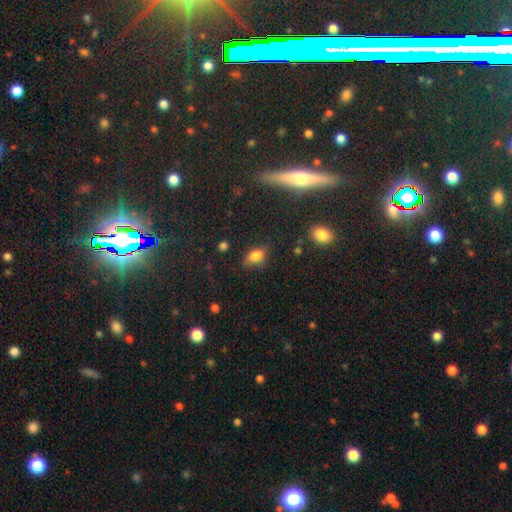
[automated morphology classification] This is likely a smooth galaxy (80%). How rounded: likely in between (72%). Merging: likely none (62%).